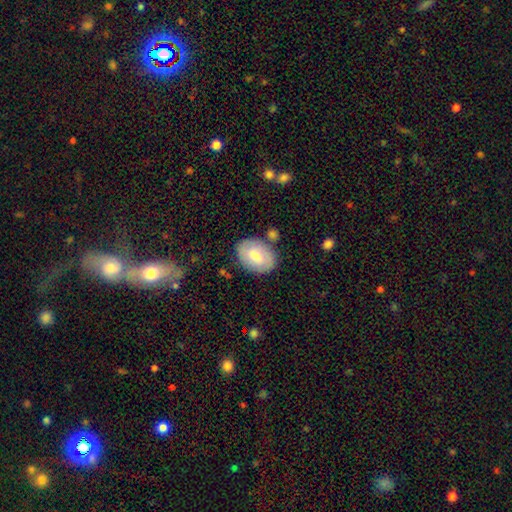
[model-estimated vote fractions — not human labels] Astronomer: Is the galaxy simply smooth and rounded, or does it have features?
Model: smooth — 67%.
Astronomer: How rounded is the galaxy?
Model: in between — 82%.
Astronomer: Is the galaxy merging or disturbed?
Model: none — 76%.